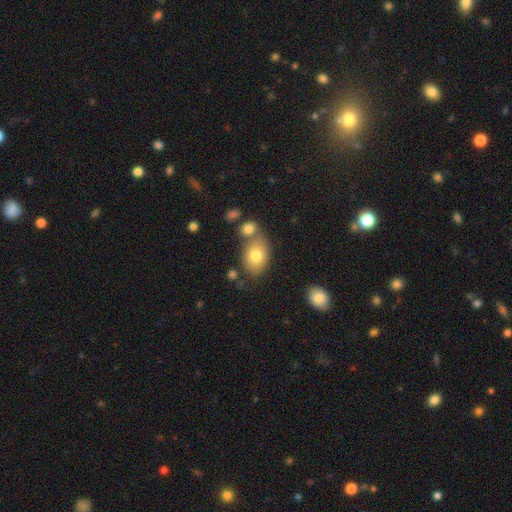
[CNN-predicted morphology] Smooth or featured: smooth — 77% (featured or disk — 15%)
How rounded: in between — 80% (round — 19%)
Merging: none — 58% (merger — 23%)